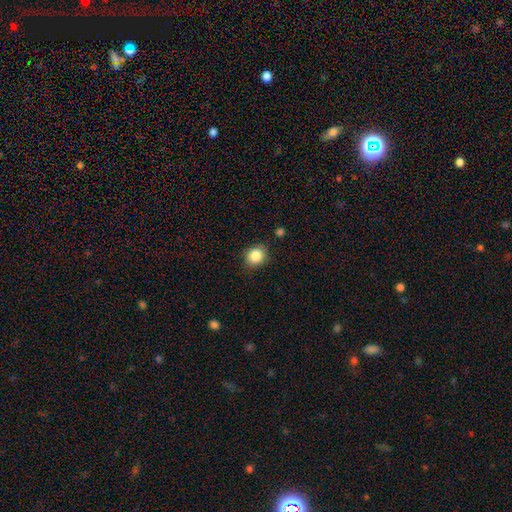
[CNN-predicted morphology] A smooth galaxy with no disk features (85%) that is round (77%).

Vote fractions:
- Smooth or featured? smooth: 85% / star or artifact: 10% / featured or disk: 5%
- How rounded? round: 77% / in between: 22% / cigar-shaped: 1%
- Merging? none: 83% / minor disturbance: 12% / major disturbance: 3% / merger: 2%